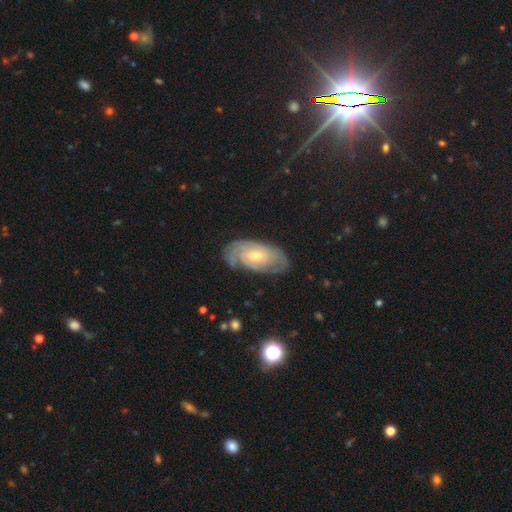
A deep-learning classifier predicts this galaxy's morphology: This is likely a featured or disk galaxy (78%). It is clearly not viewed edge-on (94%). Bar: likely no (64%). Spiral arm pattern: clearly yes (92%). Spiral arm count: possibly can't tell (46%). Spiral winding: likely tight (72%). Central bulge: possibly small (54%). Merging: likely none (74%).